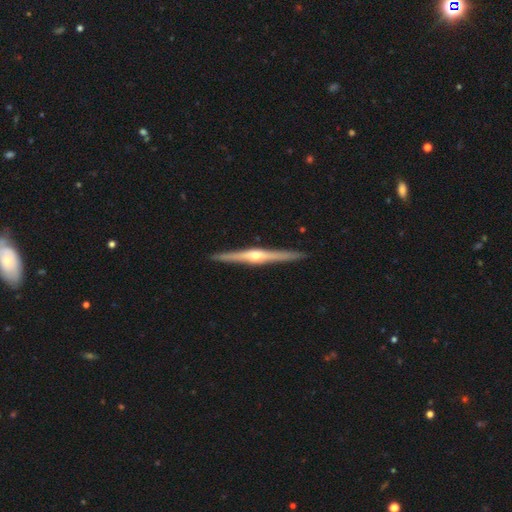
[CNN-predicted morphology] This appears to be a featured or disk galaxy (84%) viewed edge-on (98%) with a rounded central bulge (90%). Merging: none (93%).